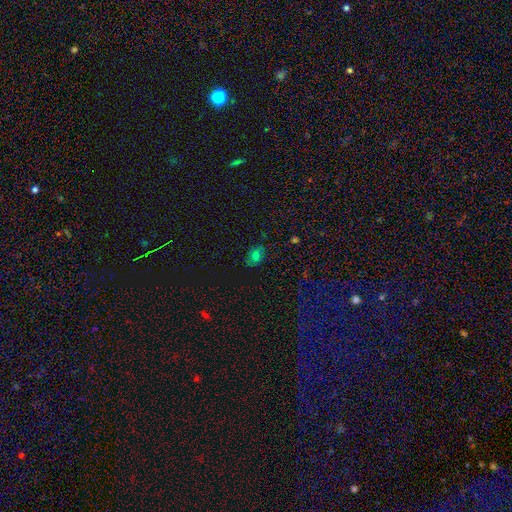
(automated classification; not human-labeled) This is likely a smooth galaxy (66%). How rounded: likely in between (70%). Merging: likely none (80%).